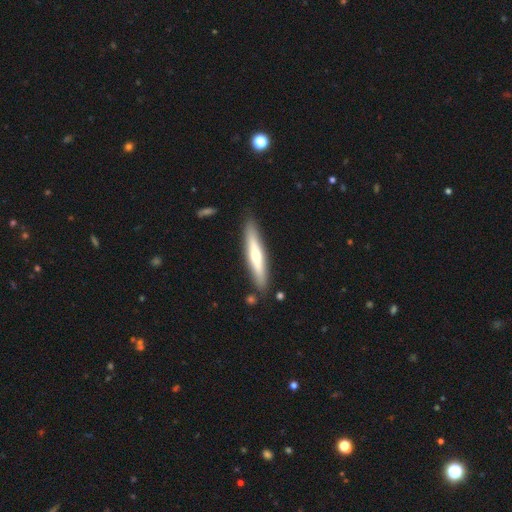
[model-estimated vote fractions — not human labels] Smooth or featured? featured or disk (54%)
Edge-on disk? yes (90%)
Merging? none (87%)